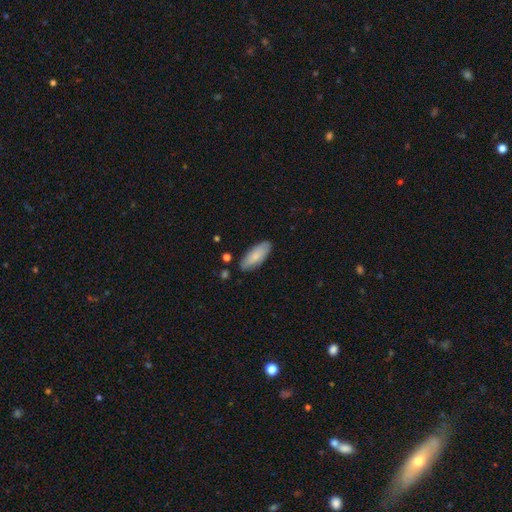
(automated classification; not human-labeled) Smooth or featured? smooth (82%)
How rounded? in between (79%)
Merging? none (84%)